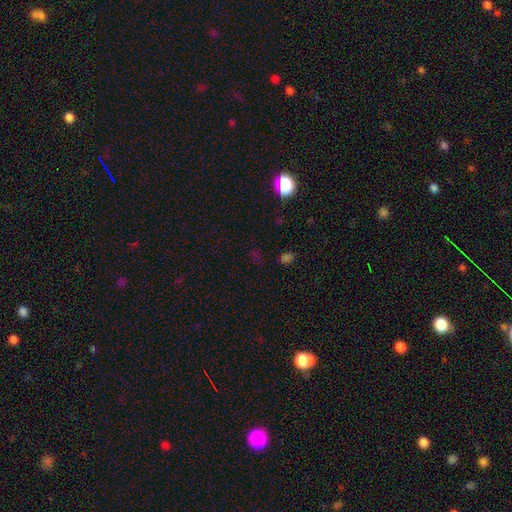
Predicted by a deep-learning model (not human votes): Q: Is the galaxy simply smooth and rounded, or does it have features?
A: star or artifact — 57%.